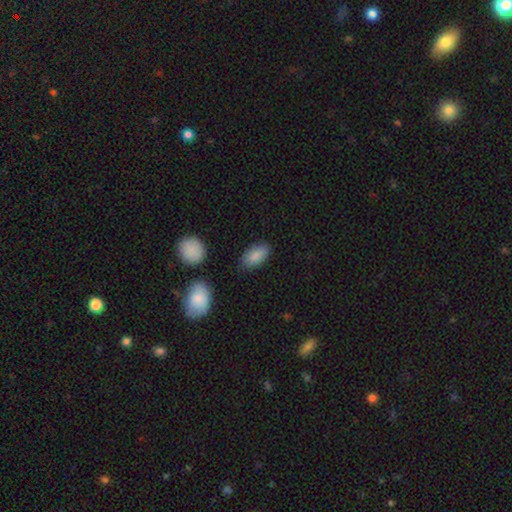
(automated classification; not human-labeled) This is clearly a smooth galaxy (86%). How rounded: clearly in between (92%). Merging: clearly none (82%).